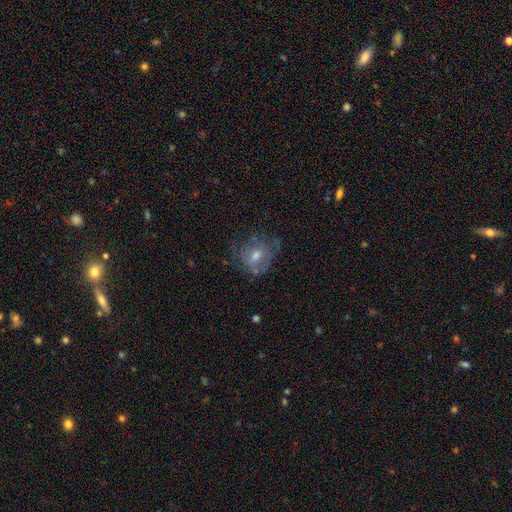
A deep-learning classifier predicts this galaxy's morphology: This is possibly a featured or disk galaxy (49%). Merging: possibly none (52%).